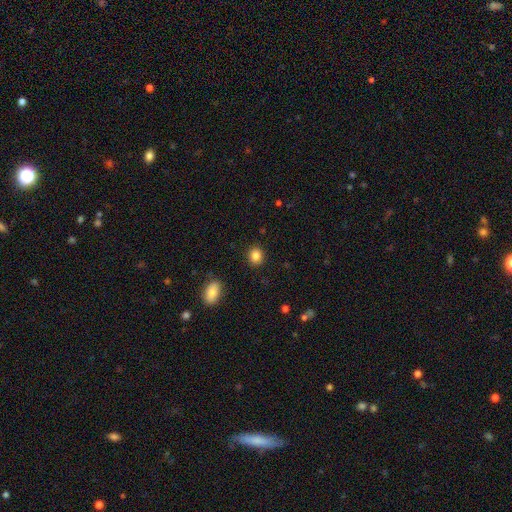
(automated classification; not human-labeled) smooth 85%, star or artifact 10%, featured or disk 5%. Down the decision tree: how rounded — round (75%); merging — none (90%).